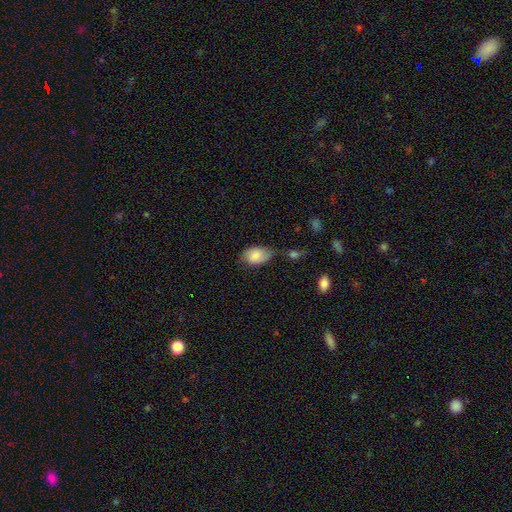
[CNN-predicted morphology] type=smooth (80%); roundness=in between (88%); merging=none (52%).